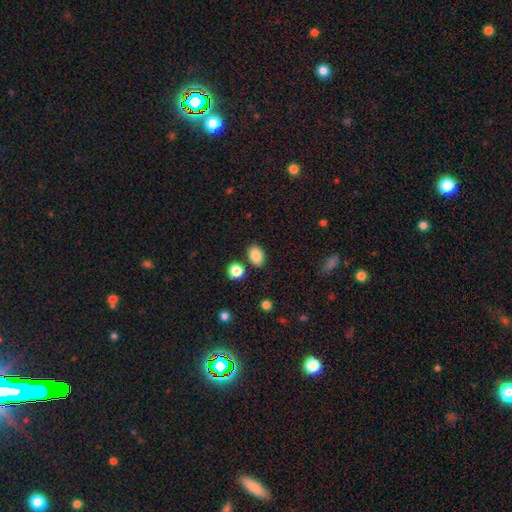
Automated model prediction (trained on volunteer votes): A smooth galaxy with no disk features (86%) that is in between round and cigar-shaped (76%). Merging: none (83%).